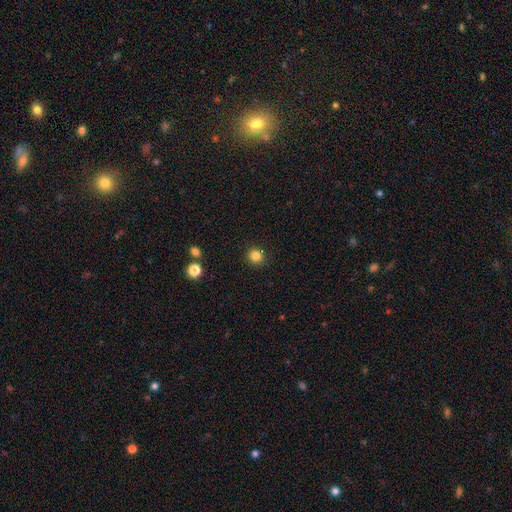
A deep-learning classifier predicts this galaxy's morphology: type=smooth (84%); roundness=round (94%); merging=none (92%).